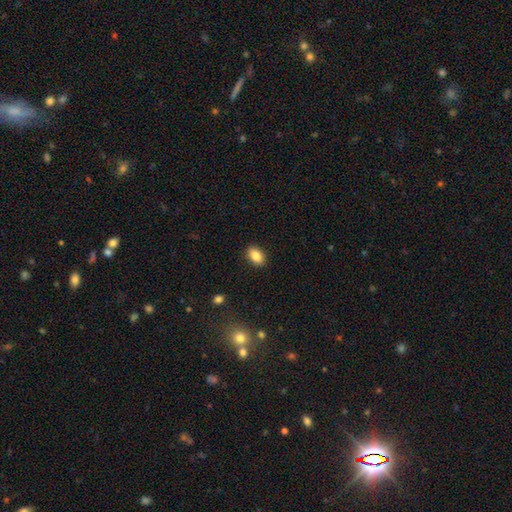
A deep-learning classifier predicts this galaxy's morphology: type=smooth (86%); roundness=in between (87%); merging=none (89%).